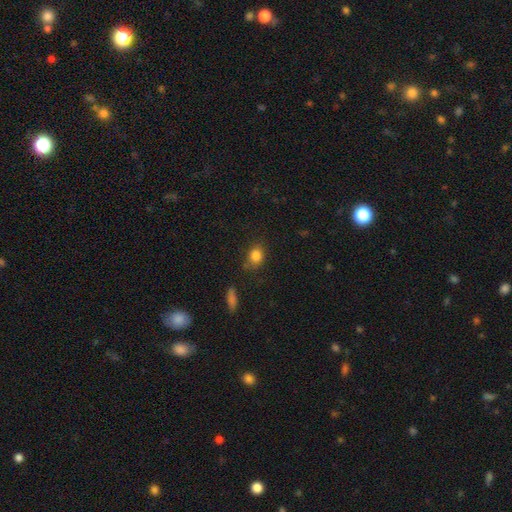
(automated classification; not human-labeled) A smooth galaxy with no disk features (84%) that is in between round and cigar-shaped (52%).

Vote fractions:
- Smooth or featured? smooth: 84% / star or artifact: 10% / featured or disk: 6%
- How rounded? in between: 52% / round: 46% / cigar-shaped: 2%
- Merging? none: 72% / minor disturbance: 19% / major disturbance: 5% / merger: 4%